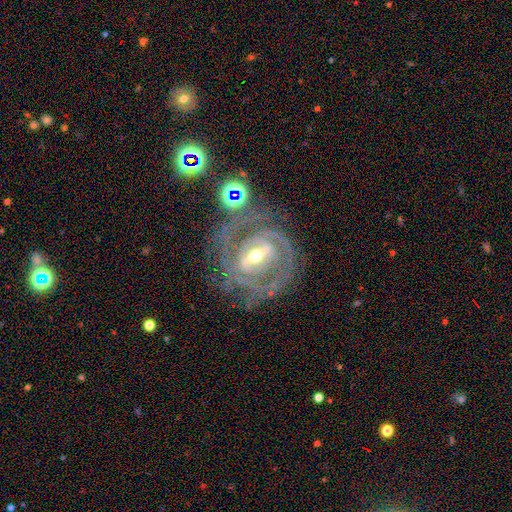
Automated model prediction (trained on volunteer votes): featured or disk 87%, star or artifact 8%, smooth 6%. Down the decision tree: edge-on disk — no (95%); bar — strong (51%); spiral arms — yes (93%); spiral arm count — 2 (35%); spiral winding — tight (69%); bulge size — moderate (48%); merging — none (66%).